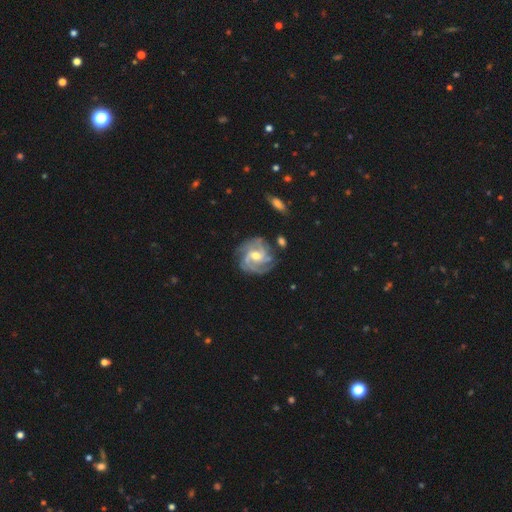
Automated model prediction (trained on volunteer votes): This is clearly a featured or disk galaxy (89%). It is clearly not viewed edge-on (98%). Bar: marginally weak (44%). Spiral arm pattern: clearly yes (97%). Spiral arm count: marginally 3 (39%). Spiral winding: possibly tight (53%). Central bulge: likely moderate (67%). Merging: likely none (76%).